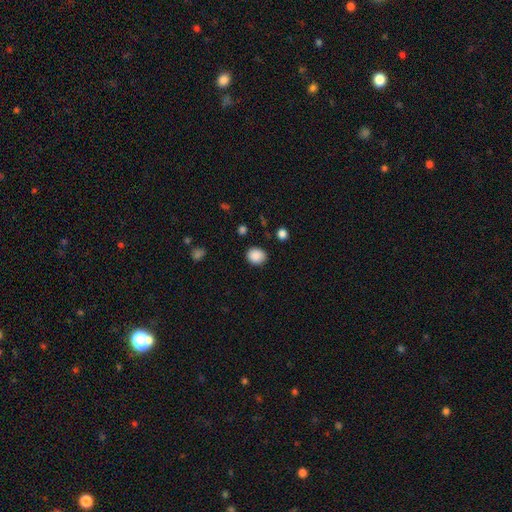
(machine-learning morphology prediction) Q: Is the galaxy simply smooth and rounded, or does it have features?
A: smooth — 88%.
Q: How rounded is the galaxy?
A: round — 65%.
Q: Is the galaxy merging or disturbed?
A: none — 87%.